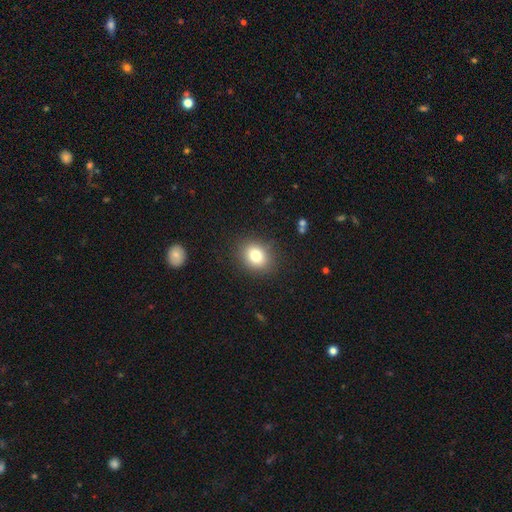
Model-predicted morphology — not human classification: Overall: smooth (80%). How rounded: round (53%; in between 46%). Merging: none (87%).